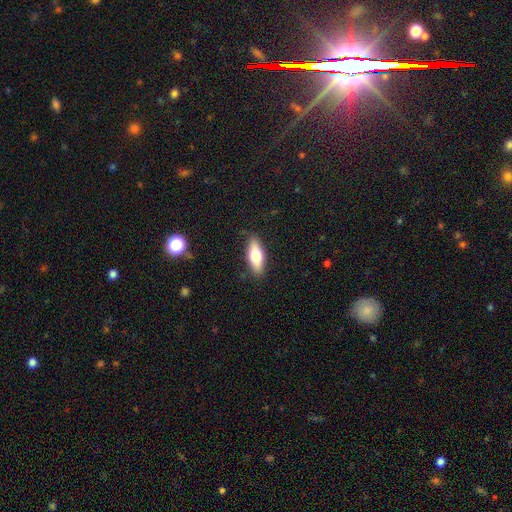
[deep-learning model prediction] Smooth or featured: smooth — 69% (featured or disk — 25%)
How rounded: in between — 67% (cigar-shaped — 30%)
Merging: none — 86% (minor disturbance — 10%)